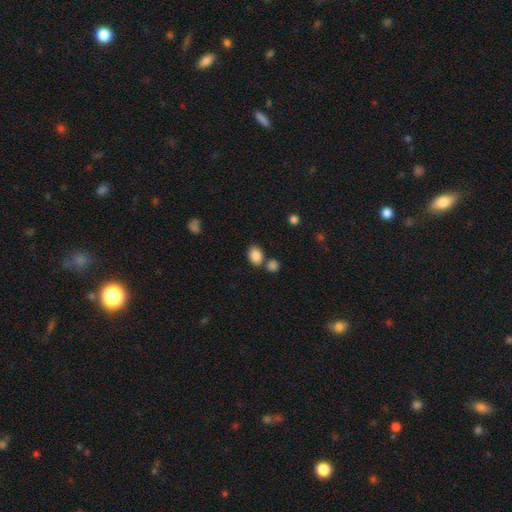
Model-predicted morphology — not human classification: A smooth galaxy with no disk features (86%) that is in between round and cigar-shaped (65%).

Vote fractions:
- Smooth or featured? smooth: 86% / star or artifact: 9% / featured or disk: 5%
- How rounded? in between: 65% / round: 34% / cigar-shaped: 1%
- Merging? none: 67% / merger: 19% / minor disturbance: 11% / major disturbance: 3%